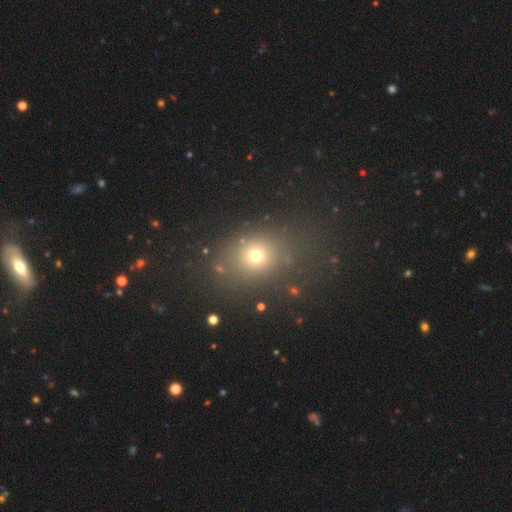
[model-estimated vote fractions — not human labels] Smooth or featured?
  - smooth: 67% *
  - star or artifact: 23%
  - featured or disk: 10%
How rounded?
  - round: 53% *
  - in between: 45%
  - cigar-shaped: 2%
Merging?
  - none: 78% *
  - minor disturbance: 12%
  - major disturbance: 7%
  - merger: 4%